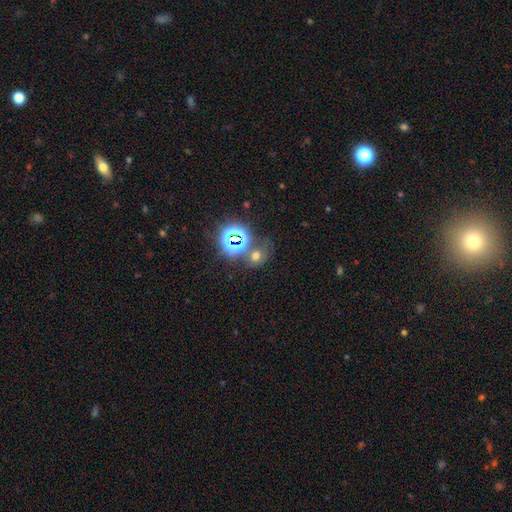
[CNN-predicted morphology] smooth 49%, star or artifact 39%, featured or disk 12%. Down the decision tree: merging — none (54%).